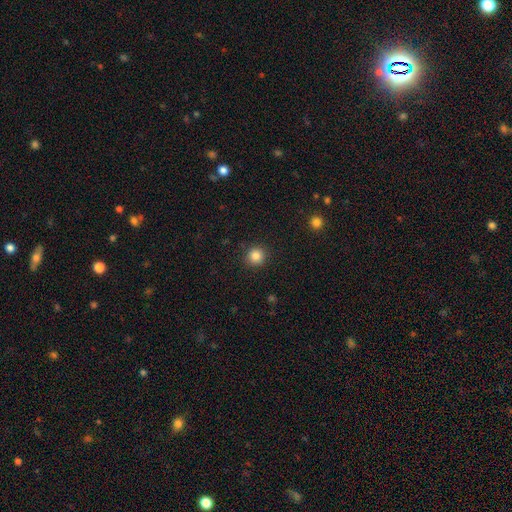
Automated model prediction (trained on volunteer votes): A smooth galaxy with no disk features (85%) that is round (94%). Merging: none (91%).